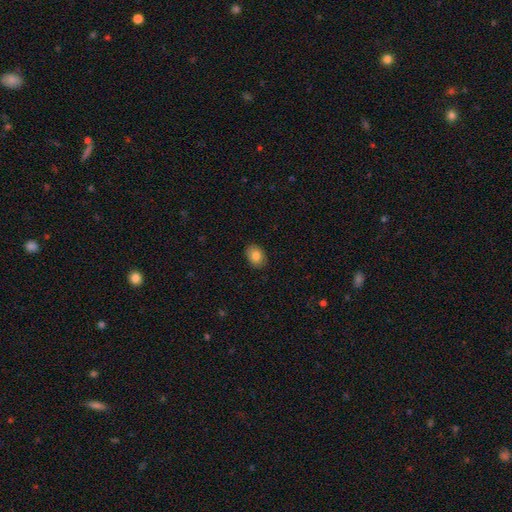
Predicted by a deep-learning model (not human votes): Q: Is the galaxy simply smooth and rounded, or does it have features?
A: smooth — 83%.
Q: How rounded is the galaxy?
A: in between — 67%.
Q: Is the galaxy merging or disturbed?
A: none — 88%.